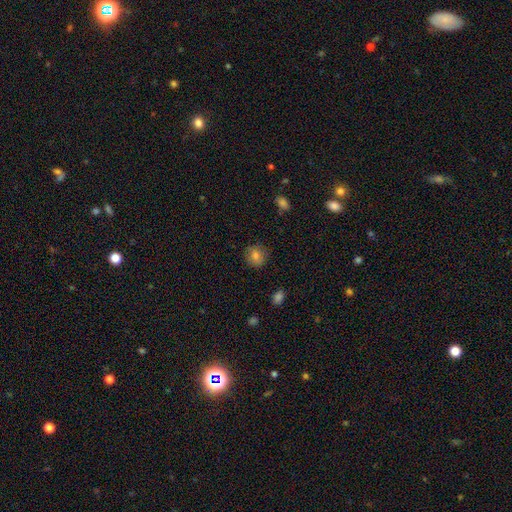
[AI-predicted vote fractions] This is clearly a smooth galaxy (81%). How rounded: clearly round (86%). Merging: clearly none (87%).